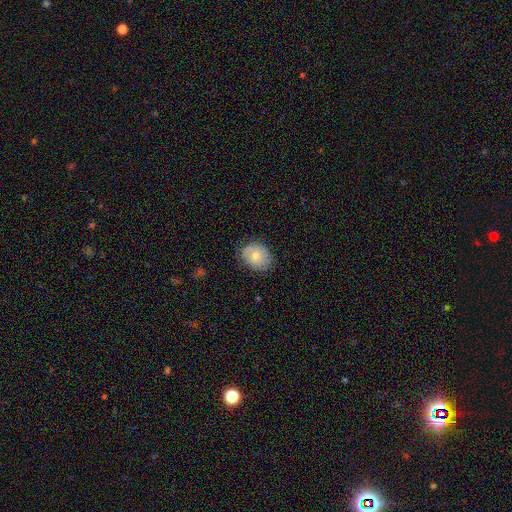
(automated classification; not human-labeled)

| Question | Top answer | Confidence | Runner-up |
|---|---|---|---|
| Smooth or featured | smooth | 71% | featured or disk (21%) |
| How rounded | in between | 53% | round (46%) |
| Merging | none | 74% | minor disturbance (20%) |